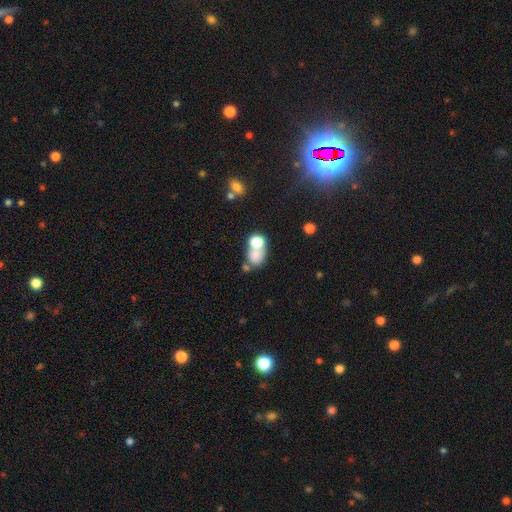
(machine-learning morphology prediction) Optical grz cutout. It shows a smooth galaxy with no disk features (72%) that is in between round and cigar-shaped (53%). Merging: merger (50%).